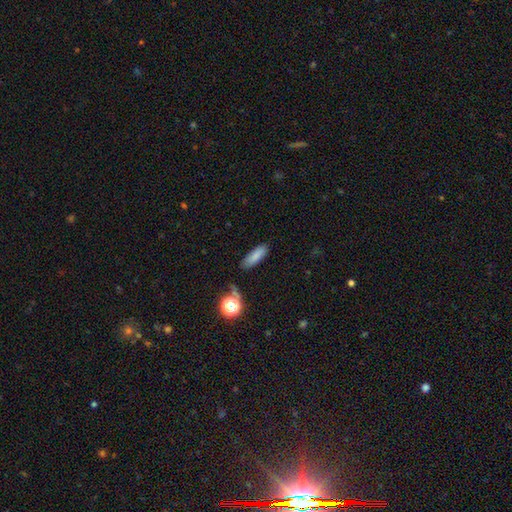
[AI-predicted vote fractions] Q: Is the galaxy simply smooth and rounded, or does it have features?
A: smooth — 80%.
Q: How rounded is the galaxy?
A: in between — 49%.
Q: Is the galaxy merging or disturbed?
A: none — 78%.